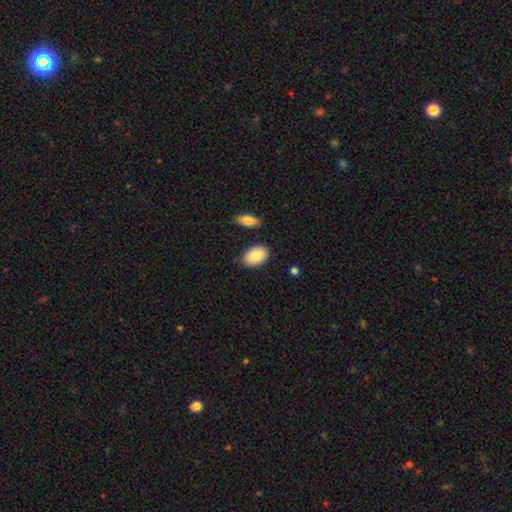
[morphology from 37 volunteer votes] Volunteers were most divided on "merging": none: 75%, minor disturbance: 17%, merger: 6%, major disturbance: 3%. More confident: how rounded — in between (97%); smooth or featured — smooth (84%).